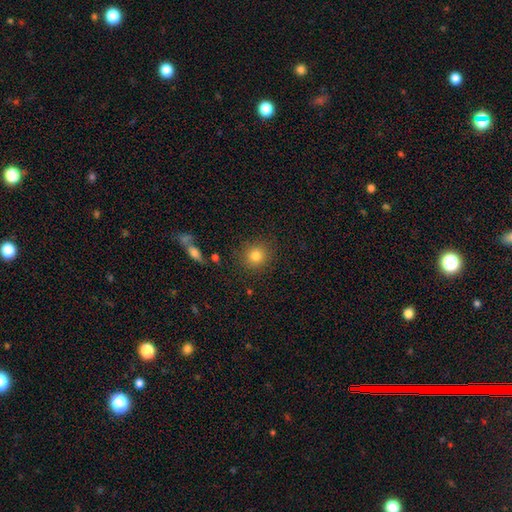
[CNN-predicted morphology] Q: Smooth or featured?
A: smooth (82%); runner-up: star or artifact (12%)
Q: How rounded?
A: round (90%); runner-up: in between (9%)
Q: Merging?
A: none (87%); runner-up: minor disturbance (8%)